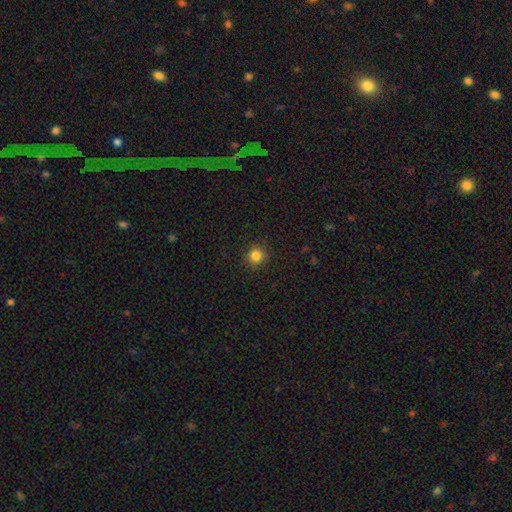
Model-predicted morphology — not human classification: Smooth or featured: smooth — 83% (star or artifact — 12%)
How rounded: round — 93% (in between — 6%)
Merging: none — 90% (minor disturbance — 7%)